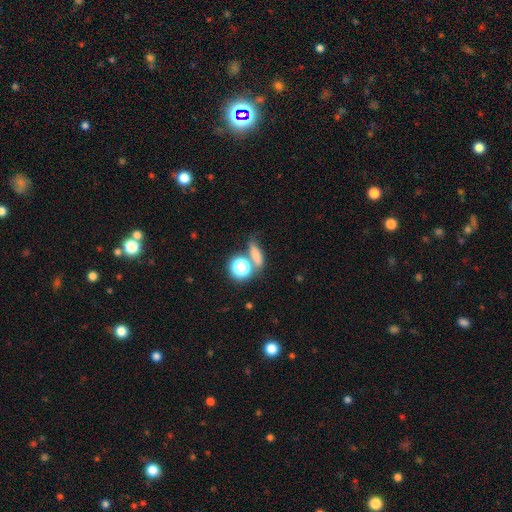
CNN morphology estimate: The model was most divided on "how rounded": in between: 42%, round: 31%, cigar-shaped: 27%. More confident: smooth or featured — smooth (71%); merging — none (56%).